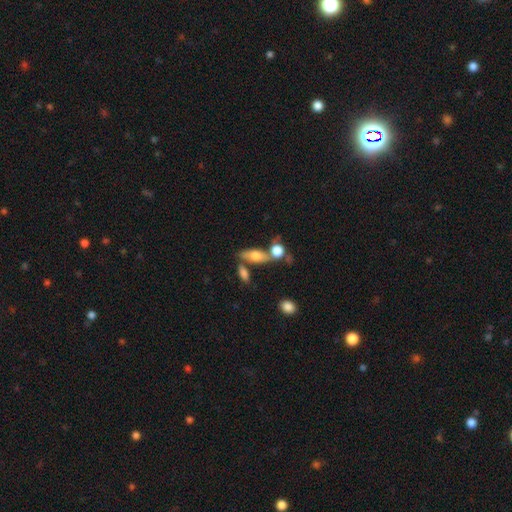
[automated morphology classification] A smooth galaxy with no disk features (63%) that is in between round and cigar-shaped (65%). Merging: none (52%).